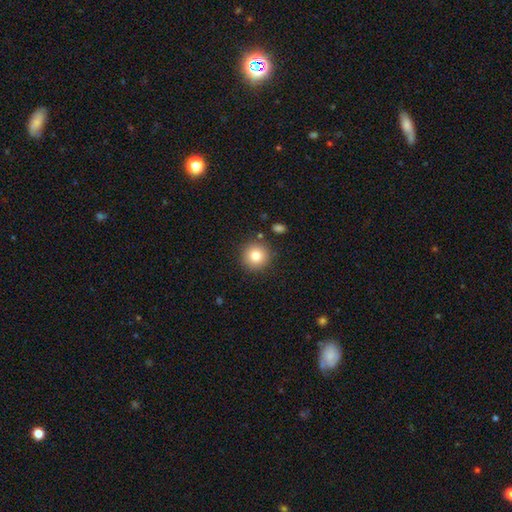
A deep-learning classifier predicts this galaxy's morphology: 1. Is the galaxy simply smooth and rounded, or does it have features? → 82% smooth, 10% star or artifact, 8% featured or disk.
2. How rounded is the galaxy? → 95% round, 5% in between, 1% cigar-shaped.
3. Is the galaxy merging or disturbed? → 87% none, 7% minor disturbance, 3% merger, 2% major disturbance.